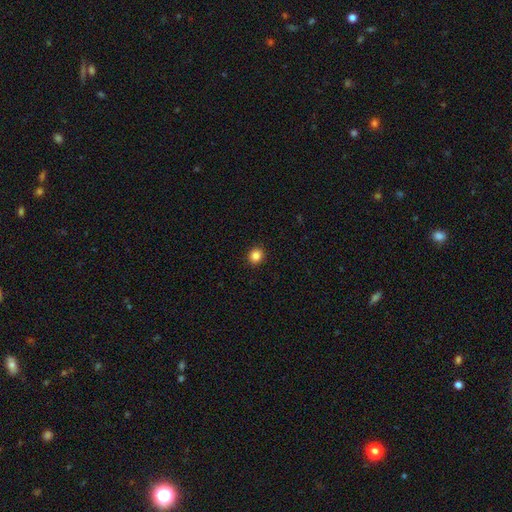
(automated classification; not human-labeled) Smooth or featured? smooth (85%)
How rounded? round (77%)
Merging? none (92%)